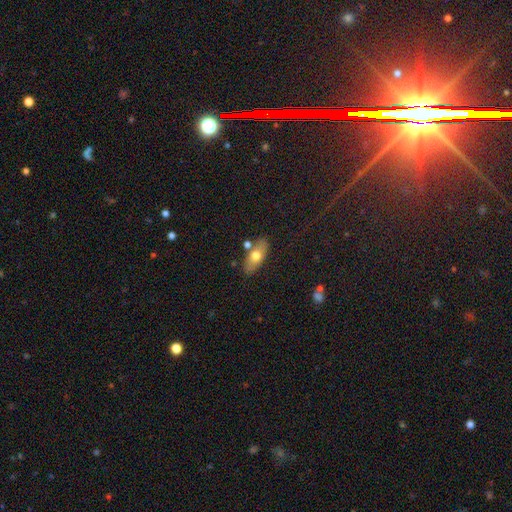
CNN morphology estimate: smooth-or-featured: smooth: 65% | featured or disk: 28% | star or artifact: 7%
  how-rounded: in between: 84% | cigar-shaped: 11% | round: 5%
  merging: none: 77% | minor disturbance: 12% | merger: 8% | major disturbance: 3%